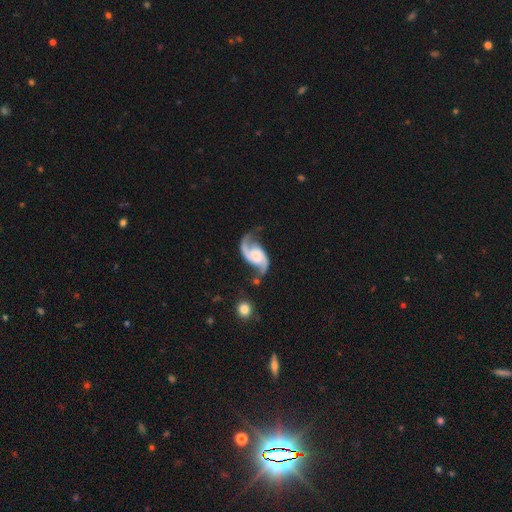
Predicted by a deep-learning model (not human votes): smooth-or-featured: featured or disk: 91% | smooth: 5% | star or artifact: 4%
  disk-edge-on: no: 98% | yes: 2%
    bar: no: 58% | weak: 30% | strong: 11%
    has-spiral-arms: yes: 98% | no: 2%
      spiral-winding: loose: 46% | medium: 42% | tight: 12%
      spiral-arm-count: 2: 93% | 1: 2% | can't tell: 2% | 3: 1% | 4: 1% | more than 4: 1%
    bulge-size: small: 42% | moderate: 28% | none: 19% | large: 9% | dominant: 2%
  merging: none: 61% | minor disturbance: 20% | major disturbance: 12% | merger: 6%